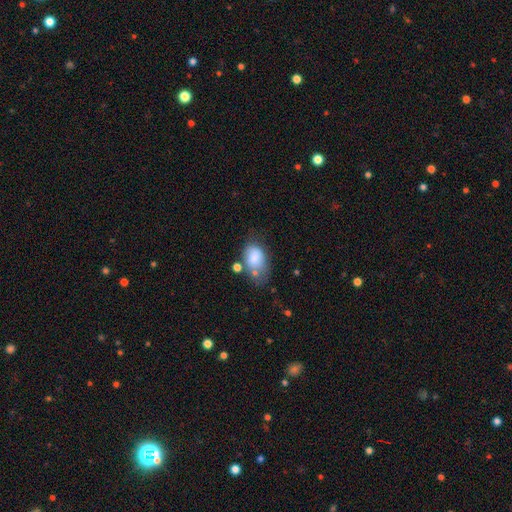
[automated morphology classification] type=smooth (79%); roundness=in between (84%); merging=none (40%).